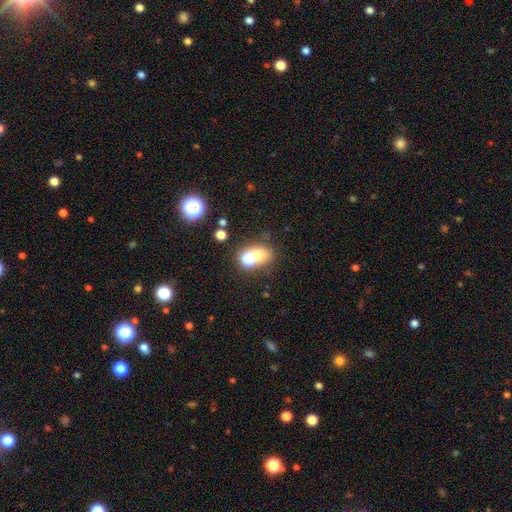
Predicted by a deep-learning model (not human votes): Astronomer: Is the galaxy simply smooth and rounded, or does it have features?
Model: smooth — 66%.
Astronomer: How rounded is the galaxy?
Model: in between — 50% (runner-up: round, 49%).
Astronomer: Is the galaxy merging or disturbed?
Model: merger — 46% (runner-up: none, 39%).